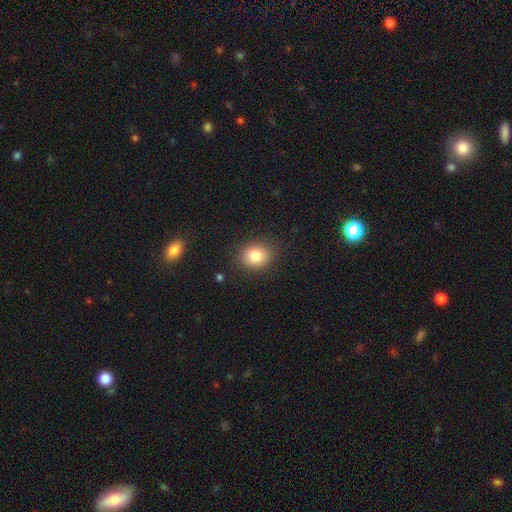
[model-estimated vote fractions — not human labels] smooth-or-featured: smooth: 83% | star or artifact: 10% | featured or disk: 7%
  how-rounded: round: 57% | in between: 42% | cigar-shaped: 1%
  merging: none: 86% | minor disturbance: 10% | major disturbance: 3% | merger: 1%